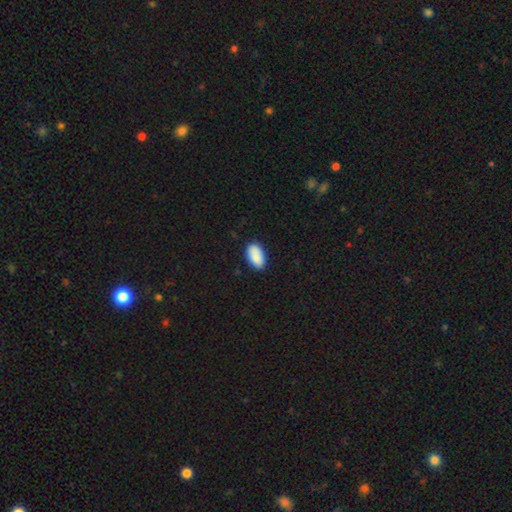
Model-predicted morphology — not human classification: type=smooth (89%); roundness=in between (95%); merging=none (85%).